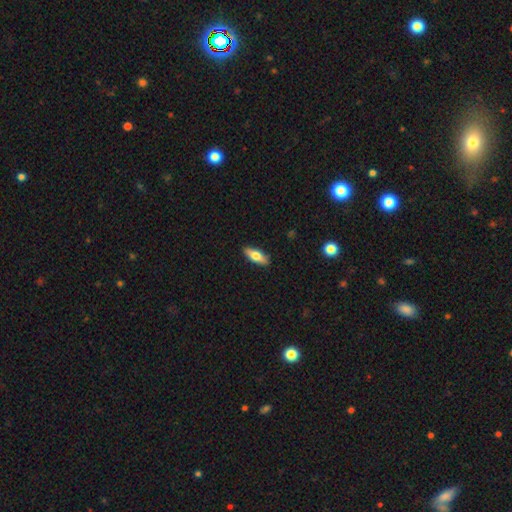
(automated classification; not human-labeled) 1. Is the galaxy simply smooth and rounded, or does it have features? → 63% smooth, 31% featured or disk, 6% star or artifact.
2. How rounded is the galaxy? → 61% in between, 36% cigar-shaped, 3% round.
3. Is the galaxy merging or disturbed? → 89% none, 8% minor disturbance, 2% major disturbance, 1% merger.